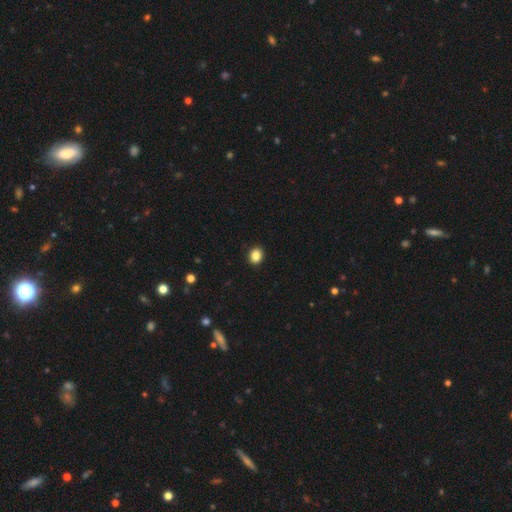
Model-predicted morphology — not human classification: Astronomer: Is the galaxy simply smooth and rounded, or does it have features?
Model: smooth — 87%.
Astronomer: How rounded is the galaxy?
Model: round — 61% (runner-up: in between, 38%).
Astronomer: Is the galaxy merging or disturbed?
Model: none — 92%.